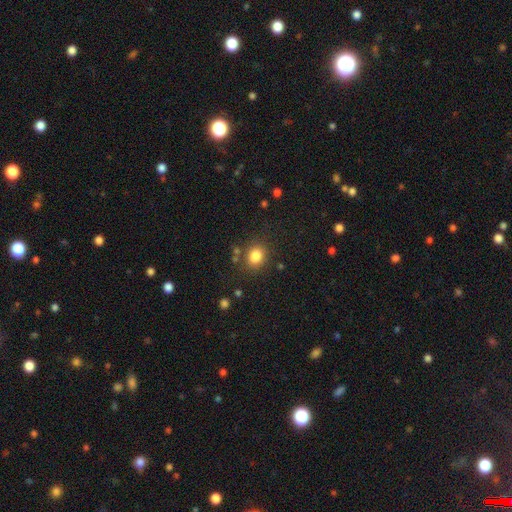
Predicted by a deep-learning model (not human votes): smooth 83%, star or artifact 11%, featured or disk 6%. Down the decision tree: how rounded — round (57%); merging — none (80%).